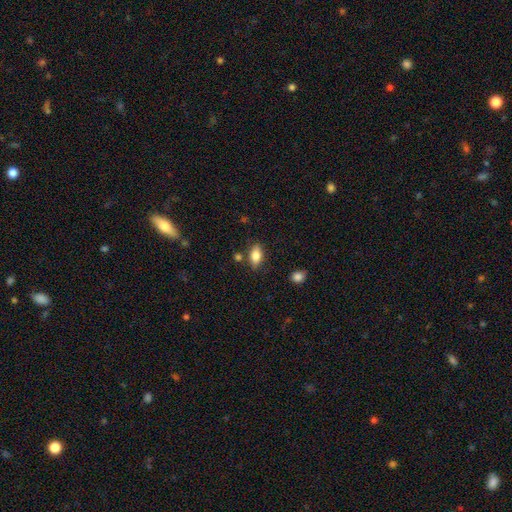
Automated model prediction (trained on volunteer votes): smooth 77%, featured or disk 15%, star or artifact 8%. Down the decision tree: how rounded — in between (86%); merging — none (80%).